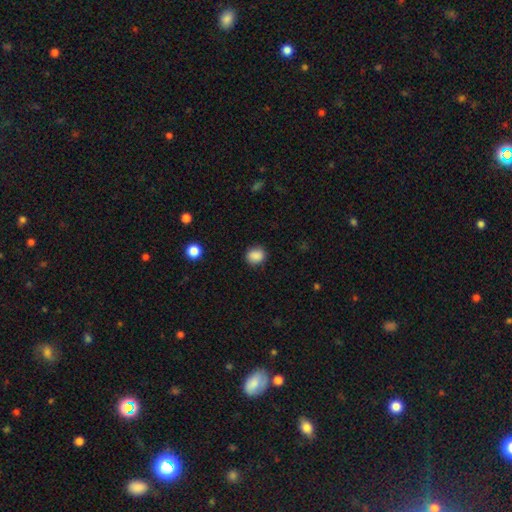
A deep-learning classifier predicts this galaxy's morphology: A smooth galaxy with no disk features (88%) that is round (71%). Merging: none (87%).